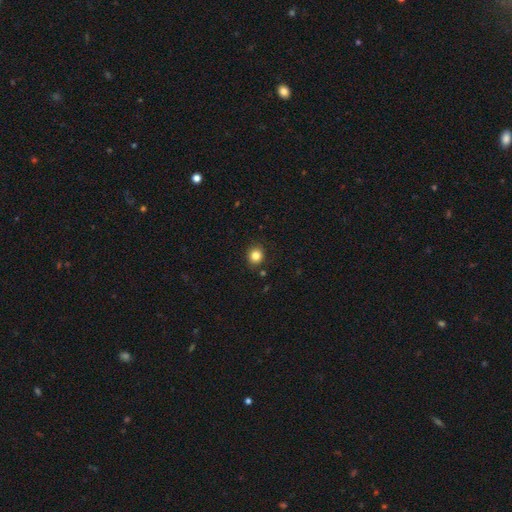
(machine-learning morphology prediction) The model was most divided on "how rounded": round: 84%, in between: 15%, cigar-shaped: 1%. More confident: merging — none (89%); smooth or featured — smooth (83%).